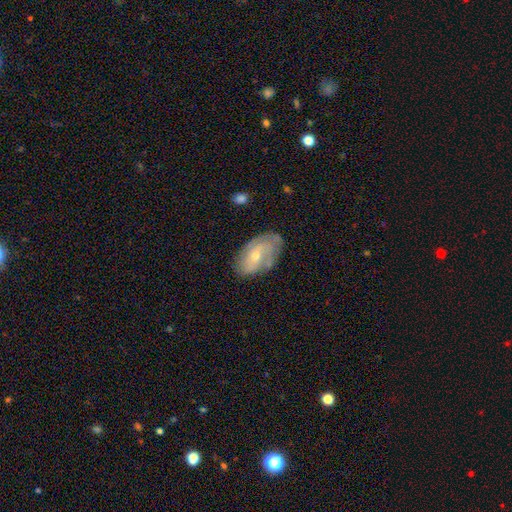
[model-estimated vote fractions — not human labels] Overall: featured or disk (60%; smooth 32%). Edge-on disk: no (93%). Bar: no (64%; weak 29%). Spiral arms: yes (72%). Bulge size: small (60%; moderate 37%). Merging: none (66%).